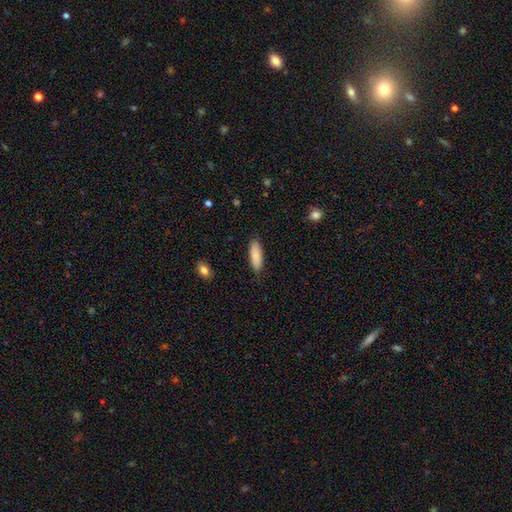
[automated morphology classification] Overall: smooth (87%). How rounded: in between (57%; cigar-shaped 42%). Merging: none (87%).